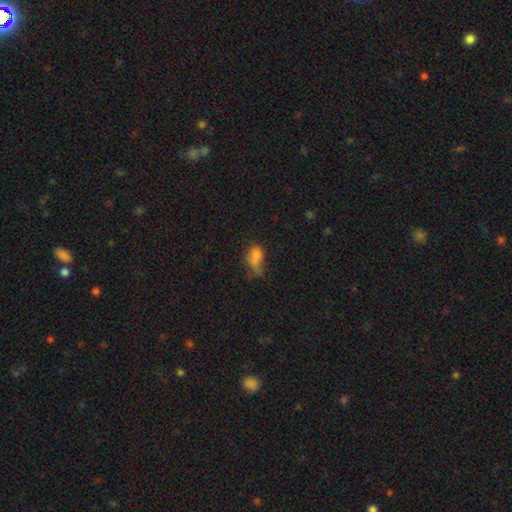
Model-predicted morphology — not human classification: The model was most divided on "merging": major disturbance: 26%, none: 25%, minor disturbance: 25%, merger: 24%. More confident: how rounded — in between (75%); smooth or featured — smooth (69%).